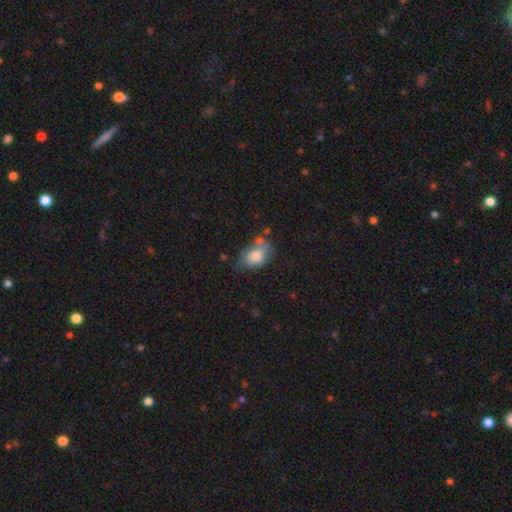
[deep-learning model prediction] This appears to be a smooth galaxy with no disk features (75%) that is in between round and cigar-shaped (82%). Merging: none (43%).